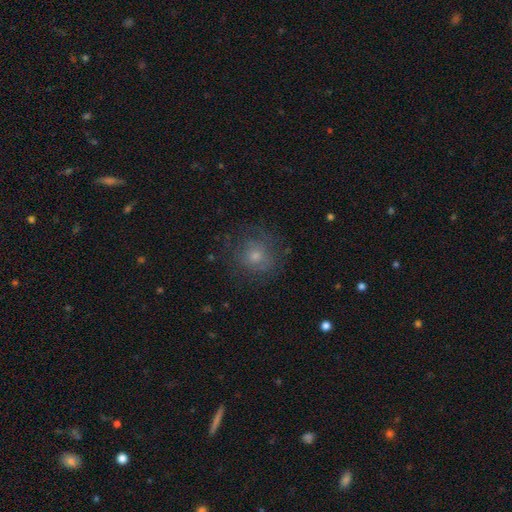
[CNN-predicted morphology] smooth_or_featured: smooth (p=0.61) [alt: featured or disk p=0.25]
how_rounded: round (p=0.87) [alt: in between p=0.12]
merging: none (p=0.72) [alt: minor disturbance p=0.16]